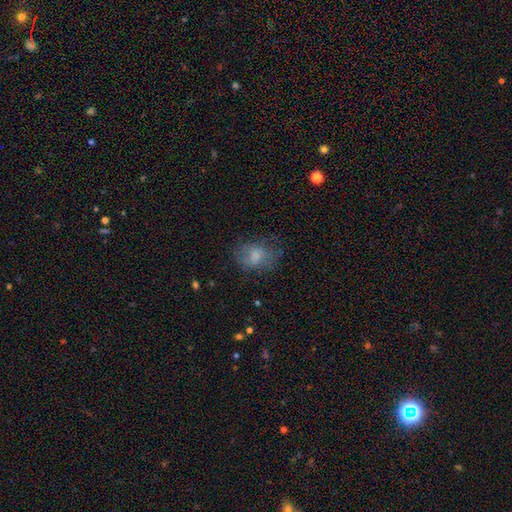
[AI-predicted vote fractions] The model was most divided on "how rounded": in between: 62%, round: 37%, cigar-shaped: 1%. More confident: smooth or featured — smooth (67%); merging — none (56%).